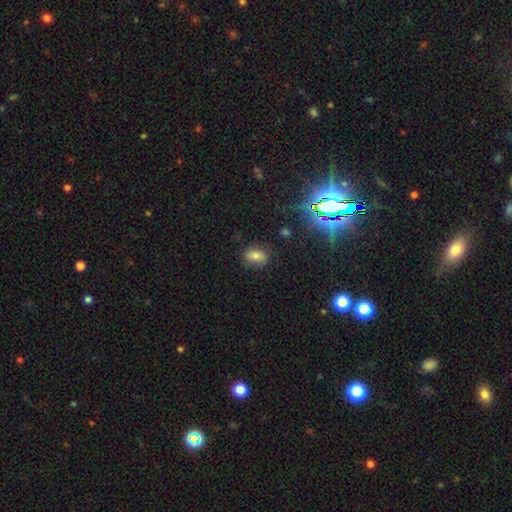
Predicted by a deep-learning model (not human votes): smooth 69%, star or artifact 17%, featured or disk 14%. Down the decision tree: how rounded — in between (82%); merging — none (79%).